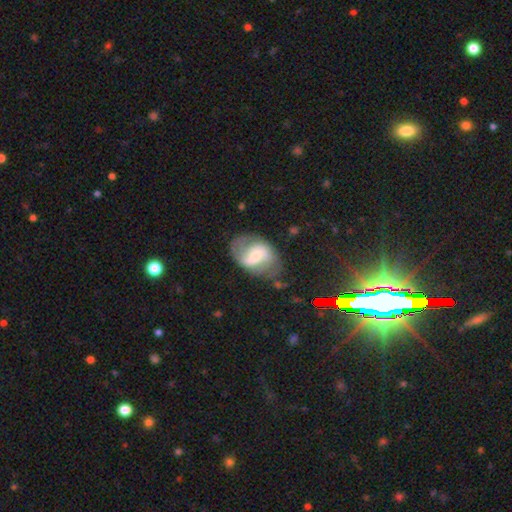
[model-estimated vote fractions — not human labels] Overall: featured or disk (67%). Edge-on disk: no (97%). Bar: weak (47%; strong 27%). Spiral arms: yes (84%). Spiral arm count: 2 (81%). Spiral winding: loose (45%; medium 40%). Bulge size: moderate (40%; small 35%). Merging: none (56%; minor disturbance 23%).